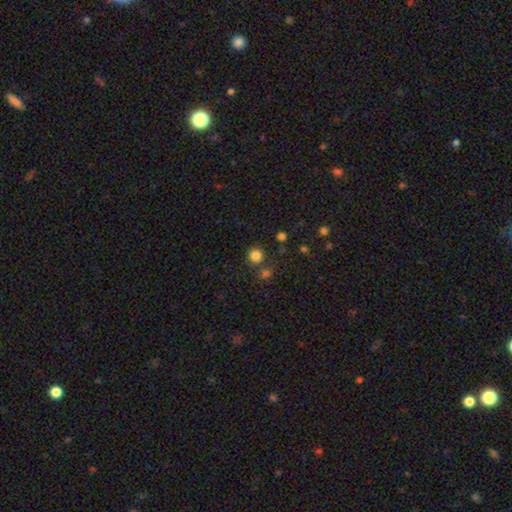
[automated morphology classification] Smooth or featured?
  - smooth: 82% *
  - star or artifact: 14%
  - featured or disk: 4%
How rounded?
  - round: 93% *
  - in between: 6%
  - cigar-shaped: 1%
Merging?
  - none: 79% *
  - merger: 11%
  - minor disturbance: 7%
  - major disturbance: 3%